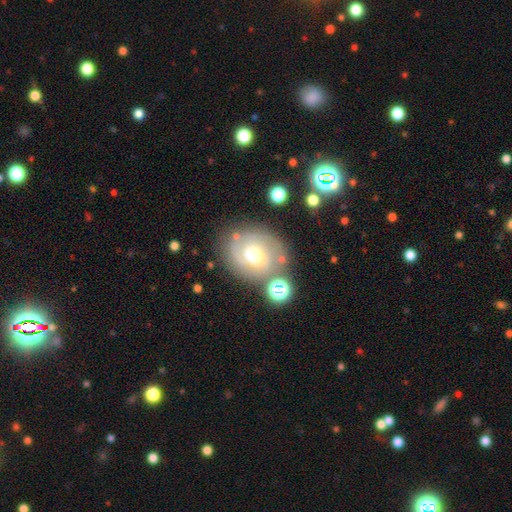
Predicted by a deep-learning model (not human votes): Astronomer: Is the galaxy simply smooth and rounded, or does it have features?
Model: featured or disk — 63%.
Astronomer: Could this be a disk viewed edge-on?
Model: no — 96%.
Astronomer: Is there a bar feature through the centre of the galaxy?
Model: no — 59% (runner-up: weak, 34%).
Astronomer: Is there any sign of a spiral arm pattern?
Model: yes — 77%.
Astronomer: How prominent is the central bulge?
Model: moderate — 54% (runner-up: small, 36%).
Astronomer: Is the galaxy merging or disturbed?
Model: none — 67%.